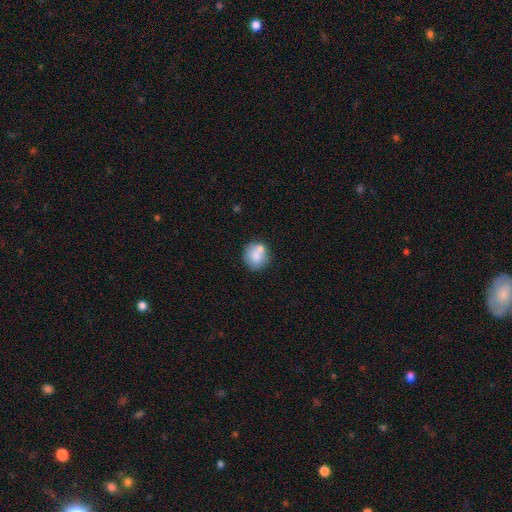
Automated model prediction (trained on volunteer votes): smooth 75%, featured or disk 17%, star or artifact 8%. Down the decision tree: how rounded — round (82%); merging — none (56%).